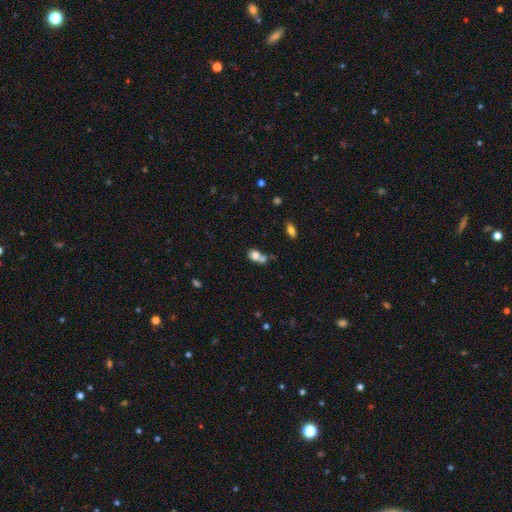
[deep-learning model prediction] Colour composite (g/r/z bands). It shows a smooth galaxy with no disk features (76%) that is in between round and cigar-shaped (59%). Merging: merger (48%).